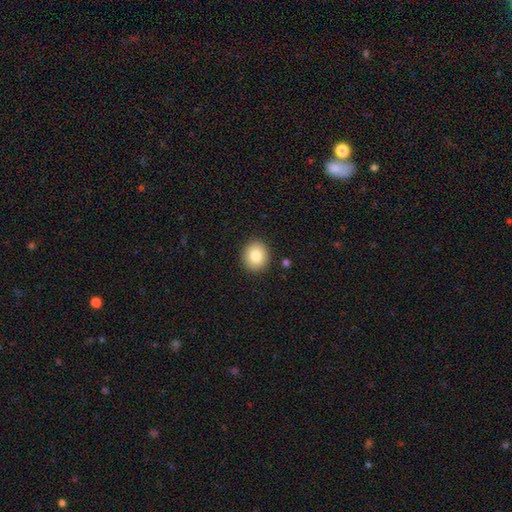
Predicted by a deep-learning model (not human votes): Morphology: type=smooth (82%); roundness=round (82%); merging=none (90%).